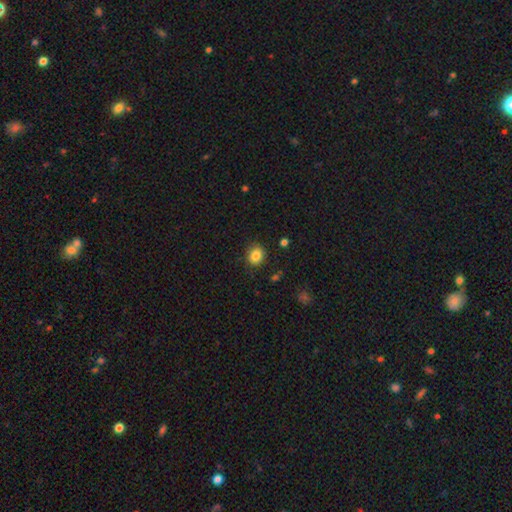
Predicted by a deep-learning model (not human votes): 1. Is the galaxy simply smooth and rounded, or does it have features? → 84% smooth, 10% star or artifact, 6% featured or disk.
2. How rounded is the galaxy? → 63% round, 36% in between, 1% cigar-shaped.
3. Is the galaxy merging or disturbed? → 85% none, 11% minor disturbance, 3% major disturbance, 2% merger.